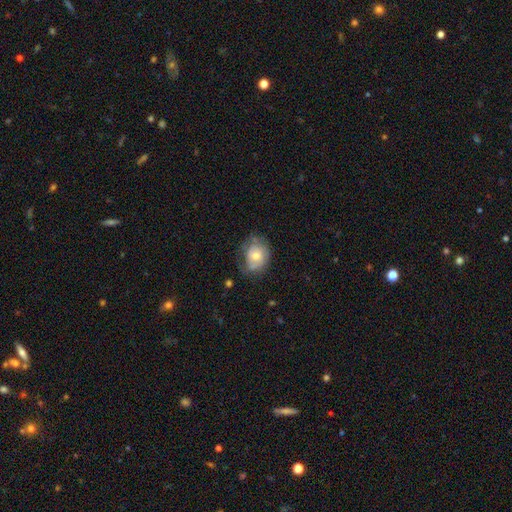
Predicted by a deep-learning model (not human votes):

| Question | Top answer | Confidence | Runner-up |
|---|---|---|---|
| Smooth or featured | smooth | 52% | featured or disk (40%) |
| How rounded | in between | 55% | round (44%) |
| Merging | none | 51% | minor disturbance (32%) |